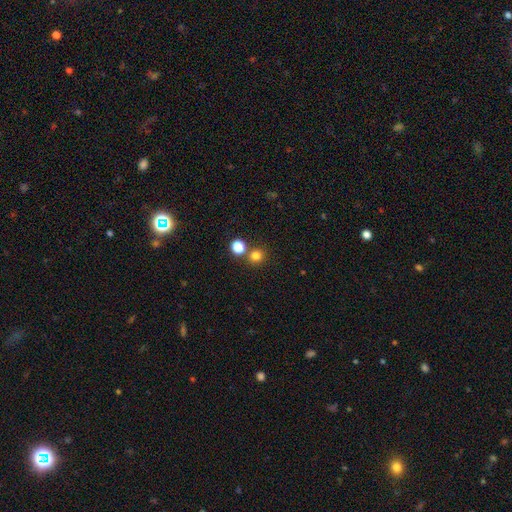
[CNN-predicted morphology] Smooth or featured?
  - smooth: 78% *
  - star or artifact: 17%
  - featured or disk: 5%
How rounded?
  - round: 90% *
  - in between: 9%
  - cigar-shaped: 1%
Merging?
  - none: 74% *
  - merger: 17%
  - minor disturbance: 6%
  - major disturbance: 3%